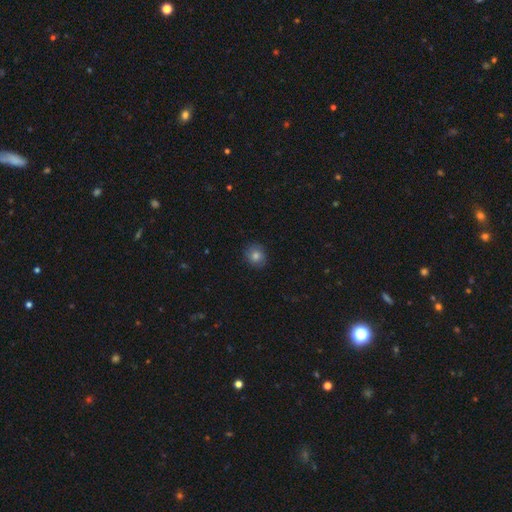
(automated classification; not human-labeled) Smooth or featured: smooth — 79% (featured or disk — 10%)
How rounded: round — 81% (in between — 19%)
Merging: none — 87% (minor disturbance — 10%)